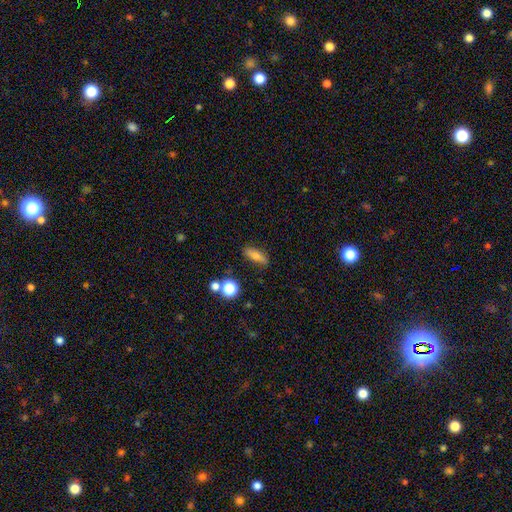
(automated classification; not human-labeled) This appears to be a smooth galaxy with no disk features (66%) that is cigar-shaped (47%). Merging: none (78%).